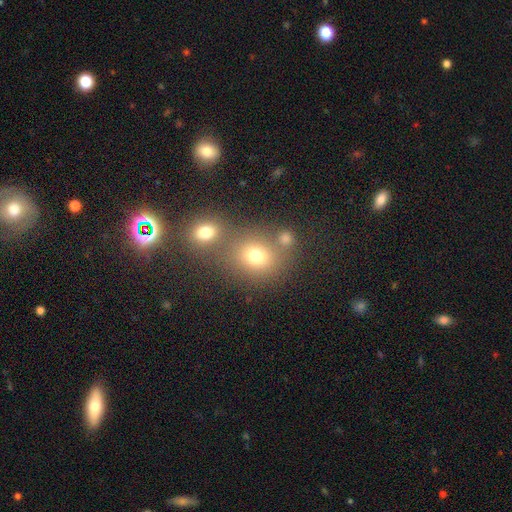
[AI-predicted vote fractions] Smooth or featured? Predicted: smooth (p=0.72). How rounded? Predicted: round (p=0.73). Merging? Predicted: none (p=0.57).